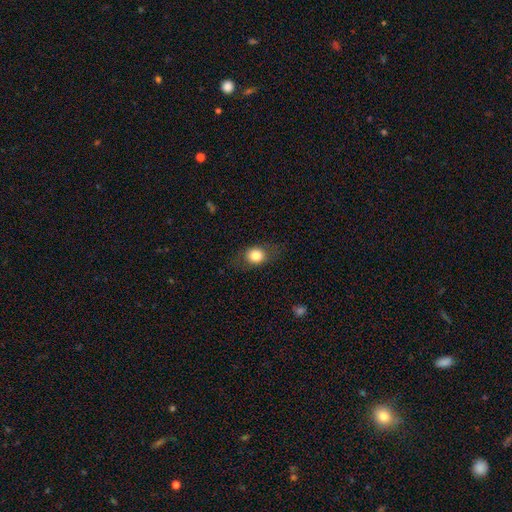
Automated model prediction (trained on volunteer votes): smooth 77%, featured or disk 14%, star or artifact 9%. Down the decision tree: how rounded — round (61%); merging — none (76%).